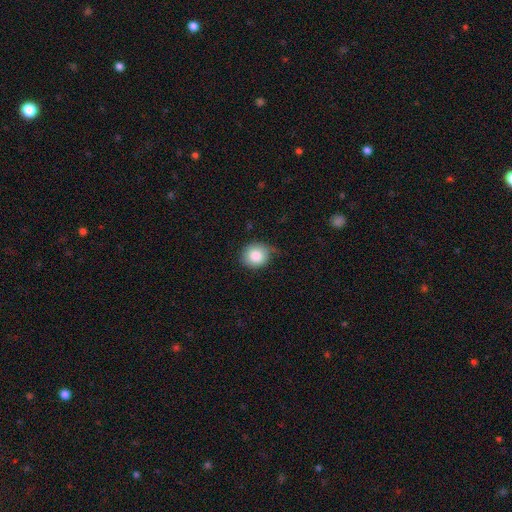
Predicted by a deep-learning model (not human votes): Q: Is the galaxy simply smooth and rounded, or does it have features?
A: smooth — 85%.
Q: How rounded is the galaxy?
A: round — 83%.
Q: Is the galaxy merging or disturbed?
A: none — 66%.